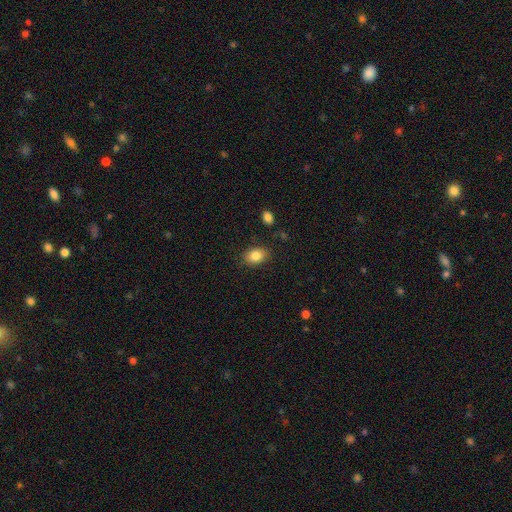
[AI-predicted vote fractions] smooth_or_featured: smooth (p=0.84) [alt: star or artifact p=0.09]
how_rounded: in between (p=0.76) [alt: round p=0.22]
merging: none (p=0.84) [alt: minor disturbance p=0.11]